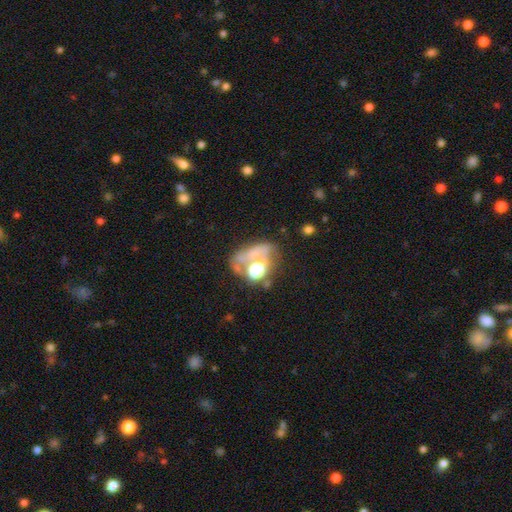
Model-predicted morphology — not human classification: Q: Smooth or featured?
A: featured or disk (40%); runner-up: smooth (35%)
Q: Merging?
A: major disturbance (31%); runner-up: none (29%)